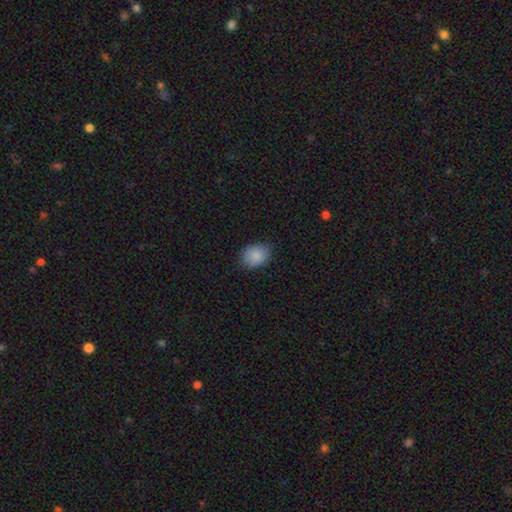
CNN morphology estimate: smooth_or_featured: smooth (p=0.87) [alt: star or artifact p=0.07]
how_rounded: in between (p=0.56) [alt: round p=0.43]
merging: none (p=0.79) [alt: minor disturbance p=0.17]